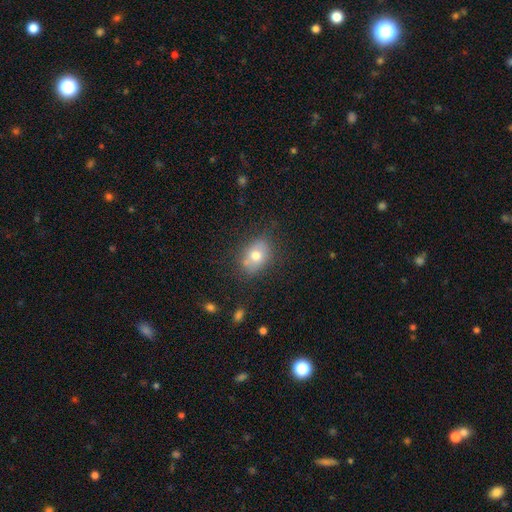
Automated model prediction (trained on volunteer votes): This is likely a smooth galaxy (72%). How rounded: likely in between (69%). Merging: likely none (72%).